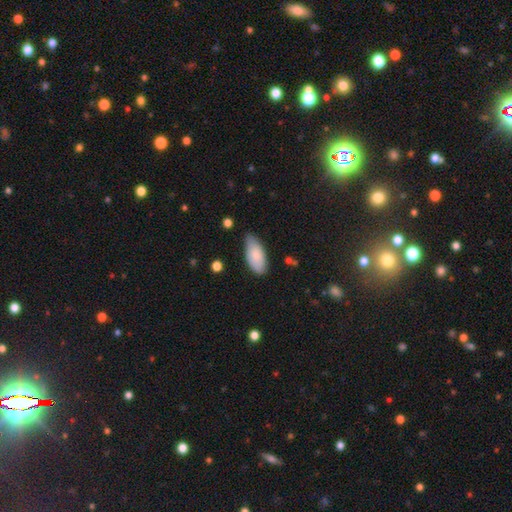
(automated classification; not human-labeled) smooth-or-featured: smooth: 80% | featured or disk: 14% | star or artifact: 6%
  how-rounded: in between: 91% | cigar-shaped: 7% | round: 2%
  merging: none: 63% | minor disturbance: 31% | major disturbance: 5% | merger: 2%